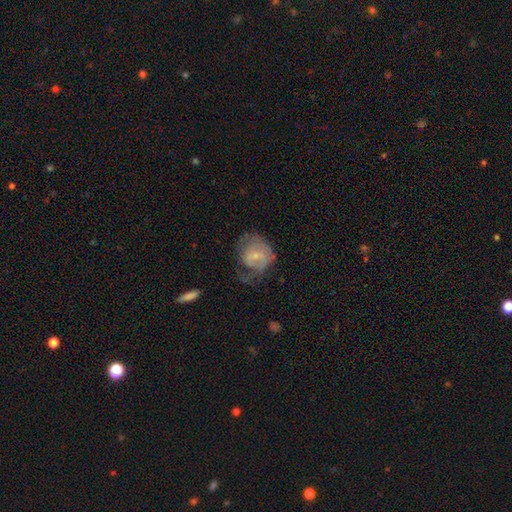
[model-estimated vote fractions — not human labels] Smooth or featured: featured or disk — 53% (smooth — 39%)
Edge-on disk: no — 97% (yes — 3%)
Bar: no — 48% (weak — 43%)
Spiral arms: yes — 63% (no — 37%)
Bulge size: small — 64% (moderate — 25%)
Merging: major disturbance — 38% (none — 35%)